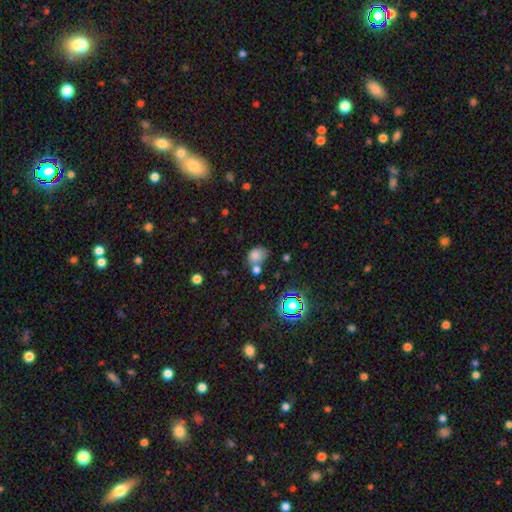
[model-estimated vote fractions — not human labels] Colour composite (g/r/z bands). It shows a smooth galaxy with no disk features (76%) that is round (54%). Merging: none (41%).